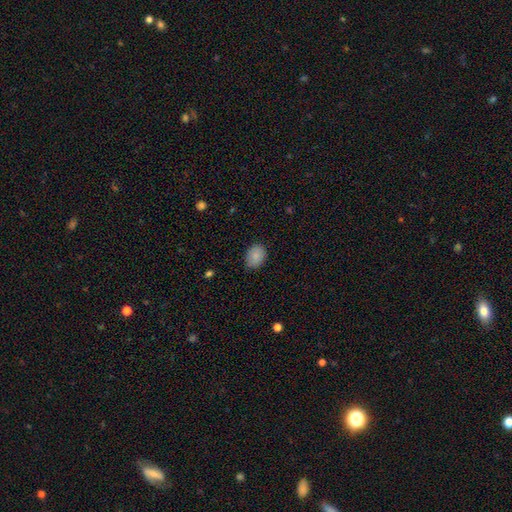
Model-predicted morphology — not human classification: smooth_or_featured: smooth (p=0.87) [alt: star or artifact p=0.08]
how_rounded: in between (p=0.62) [alt: round p=0.37]
merging: none (p=0.83) [alt: minor disturbance p=0.13]